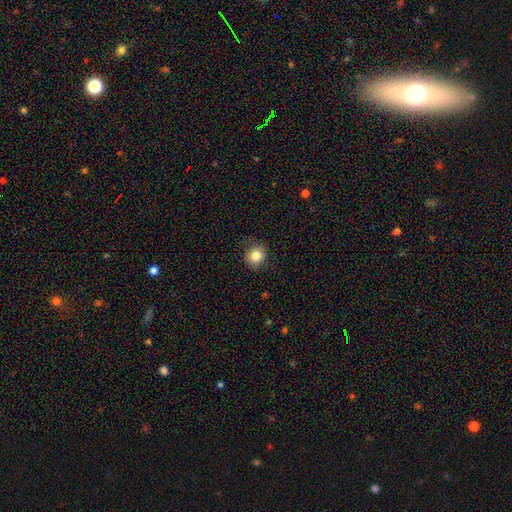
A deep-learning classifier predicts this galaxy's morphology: A smooth galaxy with no disk features (83%) that is round (85%).

Vote fractions:
- Smooth or featured? smooth: 83% / star or artifact: 11% / featured or disk: 6%
- How rounded? round: 85% / in between: 14% / cigar-shaped: 1%
- Merging? none: 85% / minor disturbance: 11% / major disturbance: 3% / merger: 1%